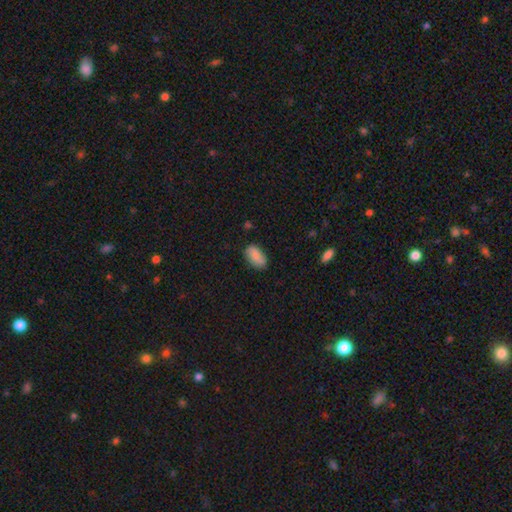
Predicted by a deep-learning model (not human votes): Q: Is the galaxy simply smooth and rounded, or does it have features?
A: smooth — 82%.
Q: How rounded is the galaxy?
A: in between — 93%.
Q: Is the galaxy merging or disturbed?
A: none — 79%.